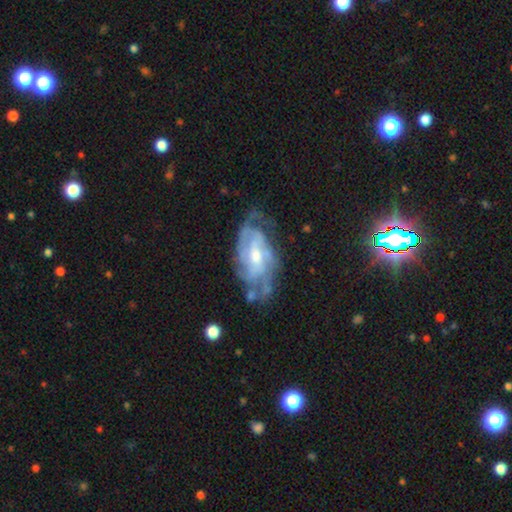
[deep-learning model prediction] Smooth or featured? Predicted: featured or disk (p=0.84). Edge-on disk? Predicted: no (p=0.95). Bar? Predicted: weak (p=0.44). Spiral arms? Predicted: yes (p=0.90). Spiral winding? Predicted: tight (p=0.51). Spiral arm count? Predicted: can't tell (p=0.39). Bulge size? Predicted: moderate (p=0.57). Merging? Predicted: none (p=0.56).